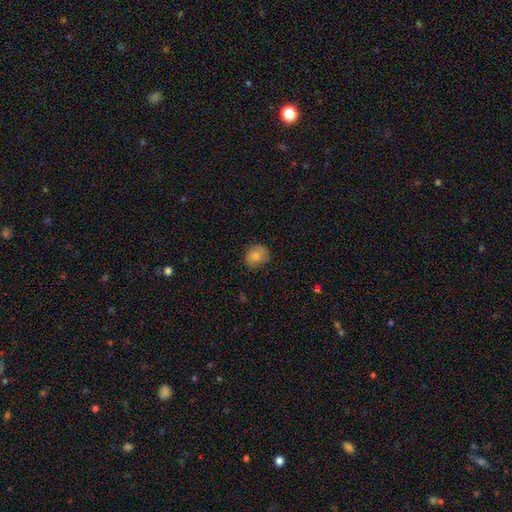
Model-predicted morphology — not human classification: Smooth or featured?
  - smooth: 84% *
  - star or artifact: 9%
  - featured or disk: 7%
How rounded?
  - round: 62% *
  - in between: 37%
  - cigar-shaped: 1%
Merging?
  - none: 76% *
  - minor disturbance: 19%
  - major disturbance: 4%
  - merger: 1%